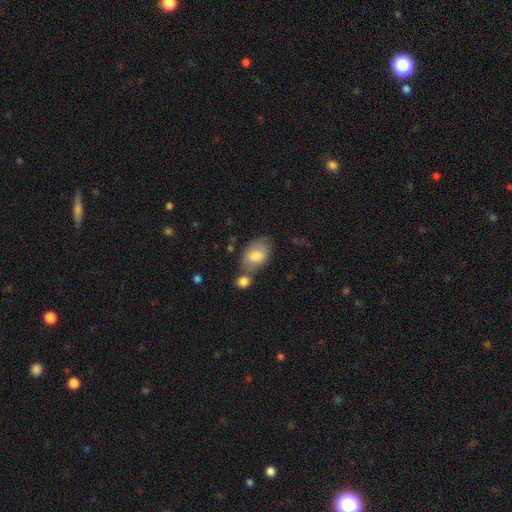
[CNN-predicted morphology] This is likely a smooth galaxy (77%). How rounded: clearly in between (87%). Merging: possibly none (50%).